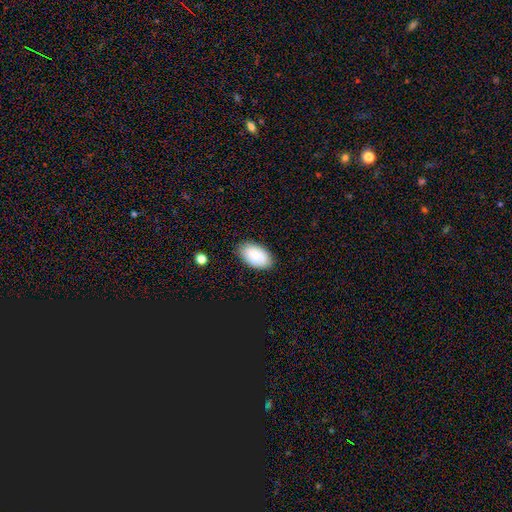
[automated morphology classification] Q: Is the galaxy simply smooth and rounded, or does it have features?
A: smooth — 87%.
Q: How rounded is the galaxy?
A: in between — 94%.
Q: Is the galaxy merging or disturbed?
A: none — 84%.